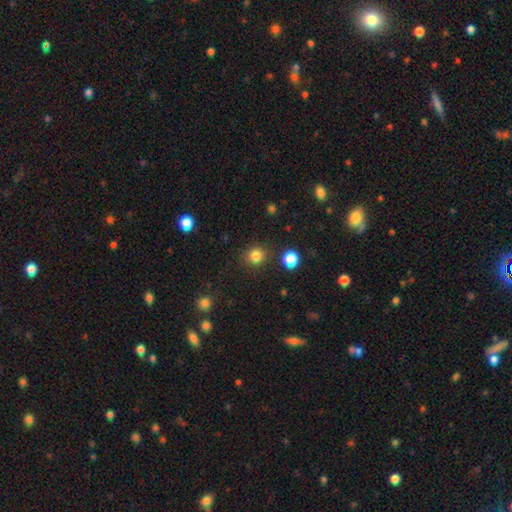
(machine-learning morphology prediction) This appears to be a smooth galaxy with no disk features (83%) that is round (89%). Merging: none (87%).